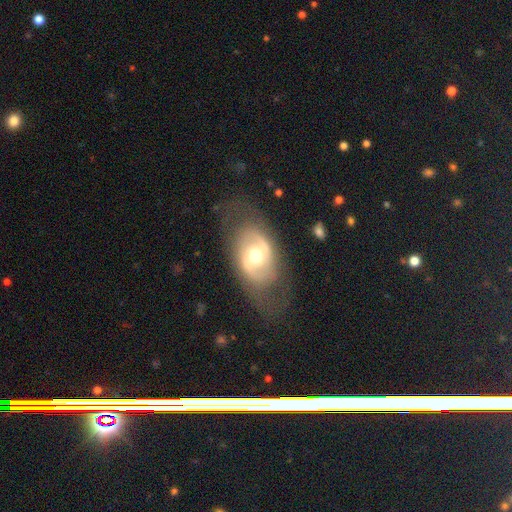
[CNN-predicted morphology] Smooth or featured? Predicted: featured or disk (p=0.68). Edge-on disk? Predicted: no (p=0.93). Bar? Predicted: no (p=0.47). Spiral arms? Predicted: no (p=0.50, tied with yes). Bulge size? Predicted: moderate (p=0.69). Merging? Predicted: none (p=0.68).